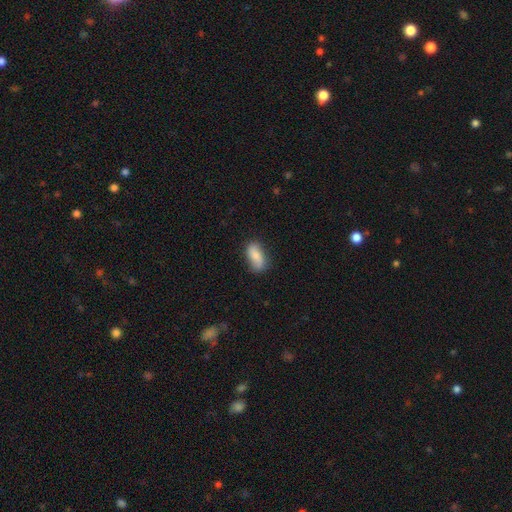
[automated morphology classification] A smooth galaxy with no disk features (78%) that is in between round and cigar-shaped (86%).

Vote fractions:
- Smooth or featured? smooth: 78% / featured or disk: 15% / star or artifact: 7%
- How rounded? in between: 86% / cigar-shaped: 10% / round: 4%
- Merging? none: 73% / minor disturbance: 21% / major disturbance: 4% / merger: 2%